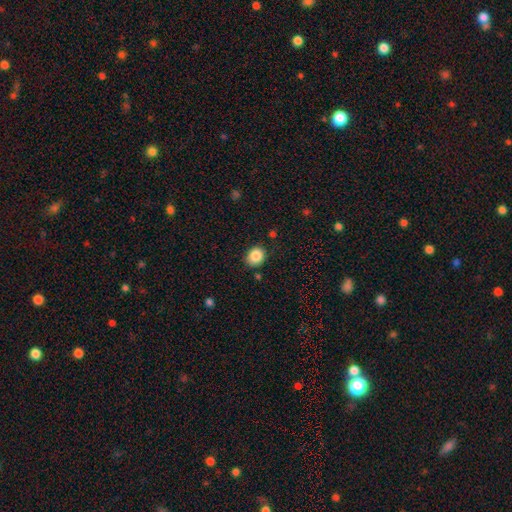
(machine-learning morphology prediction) Q: Smooth or featured?
A: smooth (86%); runner-up: star or artifact (9%)
Q: How rounded?
A: round (60%); runner-up: in between (39%)
Q: Merging?
A: none (84%); runner-up: minor disturbance (11%)